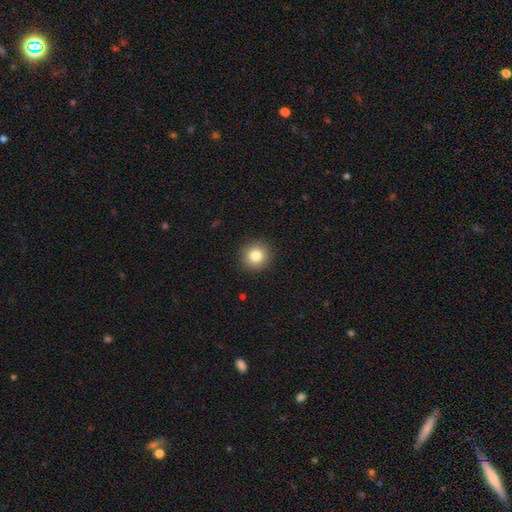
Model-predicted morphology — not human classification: smooth 83%, star or artifact 10%, featured or disk 7%. Down the decision tree: how rounded — round (93%); merging — none (92%).